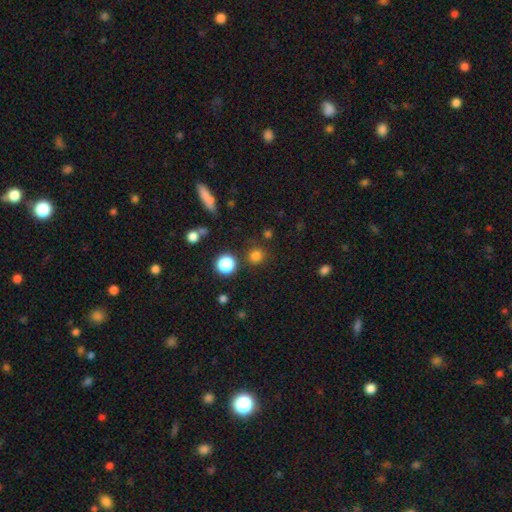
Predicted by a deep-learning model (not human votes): This is likely a smooth galaxy (77%). How rounded: clearly round (91%). Merging: clearly none (84%).